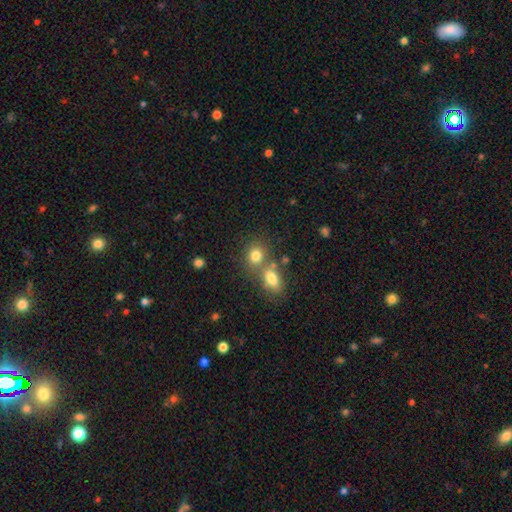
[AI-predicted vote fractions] Q: Smooth or featured?
A: smooth (79%); runner-up: star or artifact (12%)
Q: How rounded?
A: round (61%); runner-up: in between (38%)
Q: Merging?
A: none (46%); runner-up: merger (40%)